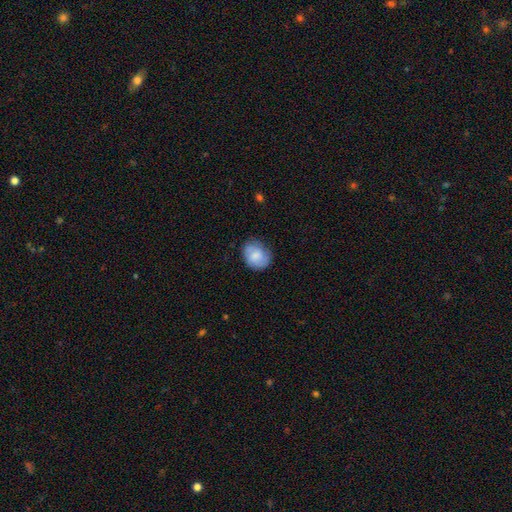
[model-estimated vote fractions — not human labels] smooth-or-featured: smooth: 69% | featured or disk: 24% | star or artifact: 7%
  how-rounded: round: 52% | in between: 48% | cigar-shaped: 1%
  merging: none: 71% | minor disturbance: 22% | major disturbance: 6% | merger: 1%